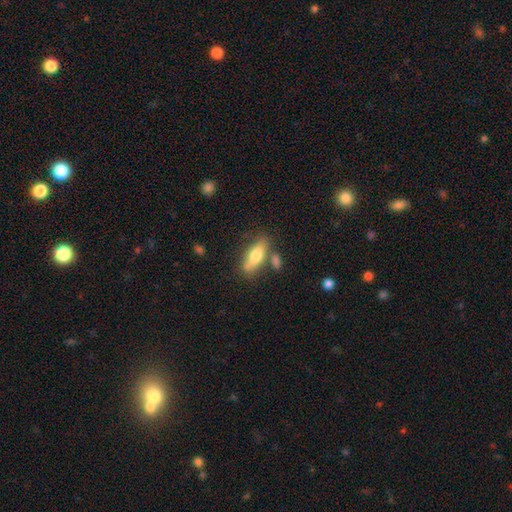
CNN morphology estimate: This appears to be a smooth galaxy with no disk features (70%) that is in between round and cigar-shaped (62%). Merging: none (65%).